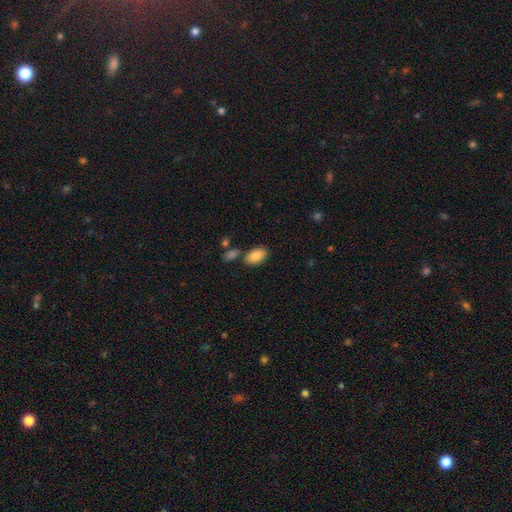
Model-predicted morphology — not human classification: smooth_or_featured: smooth (p=0.85) [alt: featured or disk p=0.08]
how_rounded: in between (p=0.92) [alt: round p=0.06]
merging: none (p=0.78) [alt: minor disturbance p=0.11]